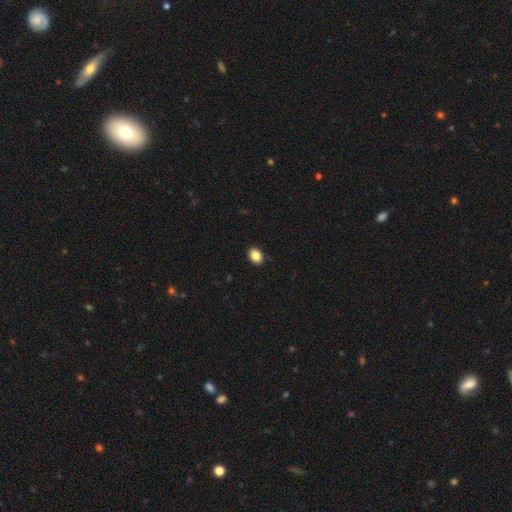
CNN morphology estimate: smooth 86%, star or artifact 9%, featured or disk 5%. Down the decision tree: how rounded — in between (59%); merging — none (90%).